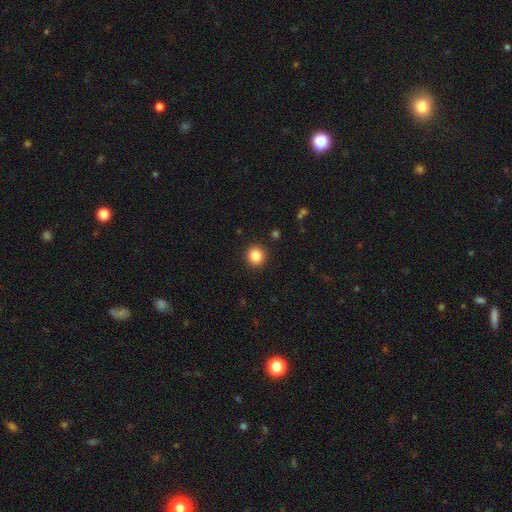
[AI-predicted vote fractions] Smooth or featured? smooth (85%)
How rounded? round (91%)
Merging? none (92%)